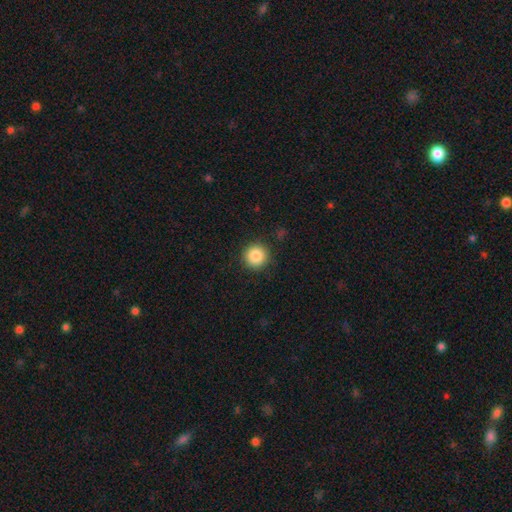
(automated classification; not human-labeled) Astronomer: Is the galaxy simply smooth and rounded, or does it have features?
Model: smooth — 87%.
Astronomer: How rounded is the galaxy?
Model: round — 95%.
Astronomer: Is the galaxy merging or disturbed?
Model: none — 90%.